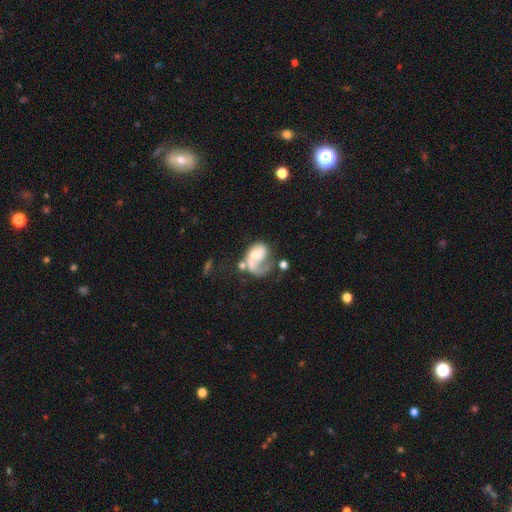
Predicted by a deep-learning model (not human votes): Q: Smooth or featured?
A: featured or disk (69%); runner-up: smooth (23%)
Q: Edge-on disk?
A: no (98%); runner-up: yes (2%)
Q: Bar?
A: no (67%); runner-up: weak (27%)
Q: Spiral arms?
A: yes (83%); runner-up: no (17%)
Q: Spiral winding?
A: loose (46%); runner-up: medium (34%)
Q: Spiral arm count?
A: 1 (75%); runner-up: 2 (15%)
Q: Bulge size?
A: moderate (44%); runner-up: small (29%)
Q: Merging?
A: major disturbance (39%); runner-up: none (25%)